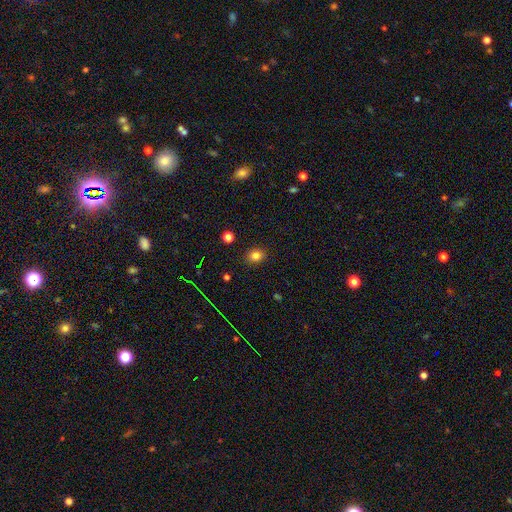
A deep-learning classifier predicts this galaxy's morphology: This is clearly a smooth galaxy (80%). How rounded: likely round (62%). Merging: clearly none (88%).